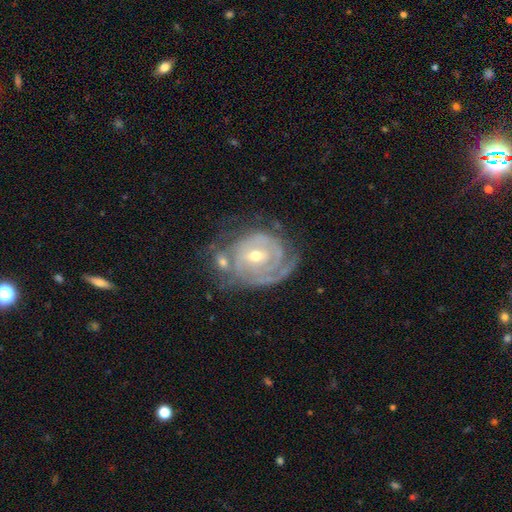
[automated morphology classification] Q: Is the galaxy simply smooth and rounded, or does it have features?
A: featured or disk — 85%.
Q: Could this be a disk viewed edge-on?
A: no — 97%.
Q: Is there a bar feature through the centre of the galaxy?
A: no — 45%.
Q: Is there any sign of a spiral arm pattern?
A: yes — 92%.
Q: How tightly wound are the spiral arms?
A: tight — 76%.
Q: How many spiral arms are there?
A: can't tell — 37%.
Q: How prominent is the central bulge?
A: moderate — 49%.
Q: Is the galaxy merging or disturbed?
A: none — 50%.